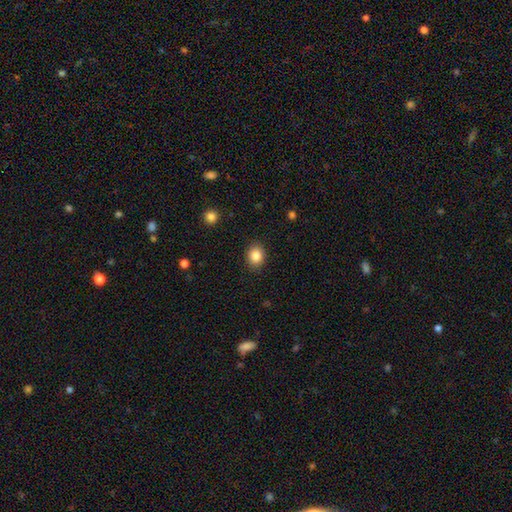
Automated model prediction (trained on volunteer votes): This is clearly a smooth galaxy (85%). How rounded: possibly round (59%). Merging: clearly none (89%).